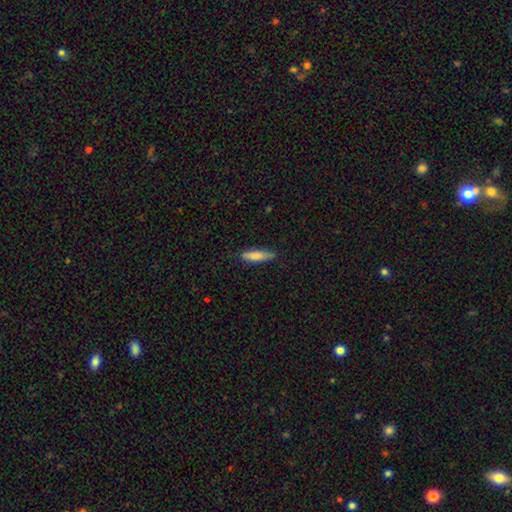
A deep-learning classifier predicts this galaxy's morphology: Overall: smooth (79%). How rounded: cigar-shaped (75%). Merging: none (83%).